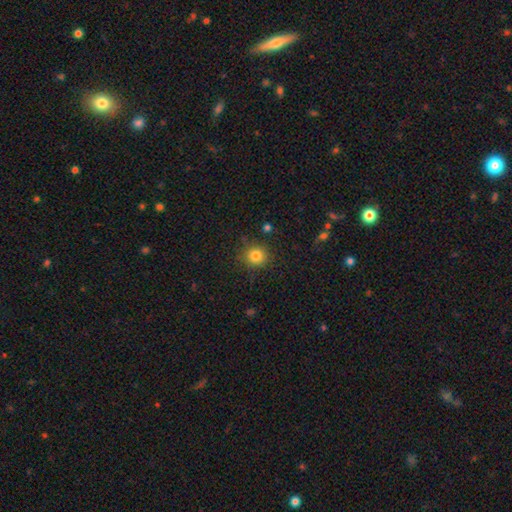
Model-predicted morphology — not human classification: The model was most divided on "smooth or featured": smooth: 83%, star or artifact: 12%, featured or disk: 5%. More confident: how rounded — round (90%); merging — none (86%).